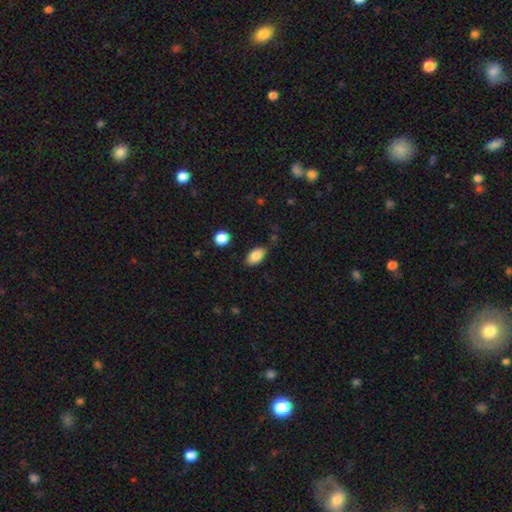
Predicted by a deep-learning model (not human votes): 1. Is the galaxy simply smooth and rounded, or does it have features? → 85% smooth, 8% star or artifact, 7% featured or disk.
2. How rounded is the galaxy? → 92% in between, 6% round, 2% cigar-shaped.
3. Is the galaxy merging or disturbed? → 79% none, 15% minor disturbance, 3% major disturbance, 3% merger.